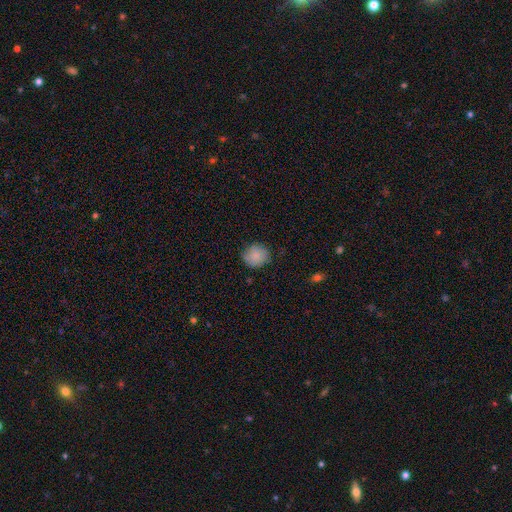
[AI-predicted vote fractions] A smooth galaxy with no disk features (85%) that is round (88%).

Vote fractions:
- Smooth or featured? smooth: 85% / star or artifact: 8% / featured or disk: 7%
- How rounded? round: 88% / in between: 11% / cigar-shaped: 1%
- Merging? none: 80% / minor disturbance: 16% / major disturbance: 3% / merger: 1%